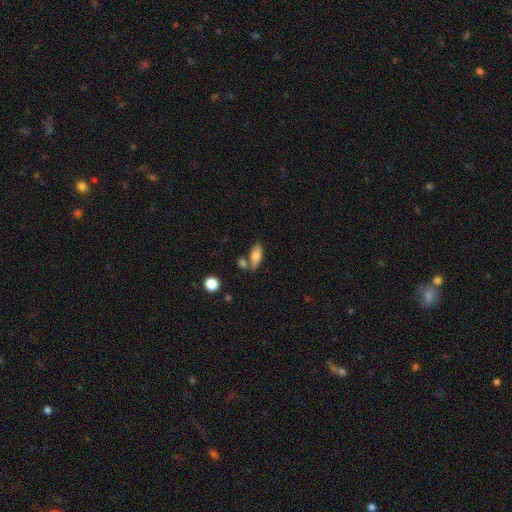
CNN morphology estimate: This is likely a smooth galaxy (74%). How rounded: likely in between (79%). Merging: likely none (62%).